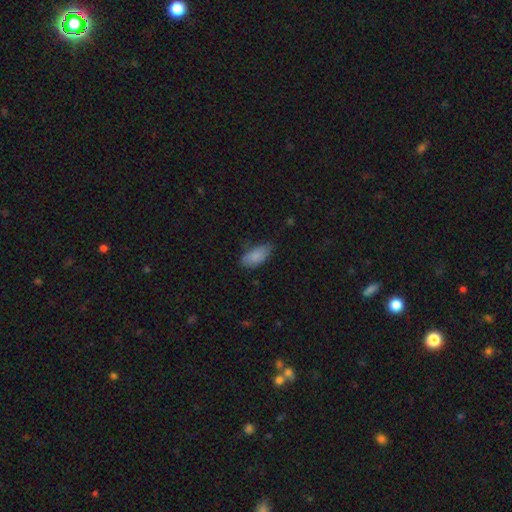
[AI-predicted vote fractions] smooth_or_featured: smooth (p=0.84) [alt: featured or disk p=0.09]
how_rounded: in between (p=0.91) [alt: cigar-shaped p=0.07]
merging: none (p=0.60) [alt: minor disturbance p=0.32]